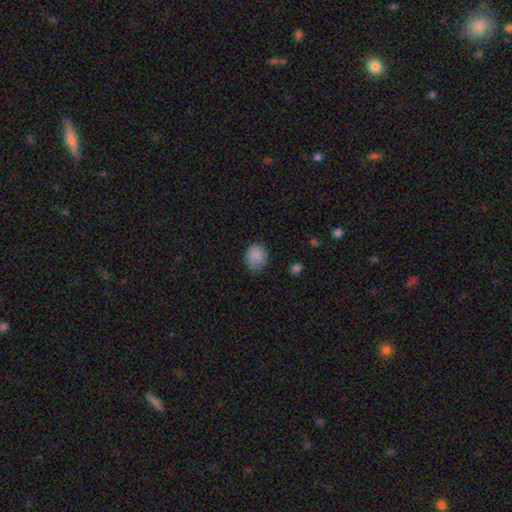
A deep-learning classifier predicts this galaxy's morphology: smooth_or_featured: smooth (p=0.86) [alt: star or artifact p=0.09]
how_rounded: round (p=0.50) [alt: in between p=0.49]
merging: none (p=0.69) [alt: minor disturbance p=0.25]